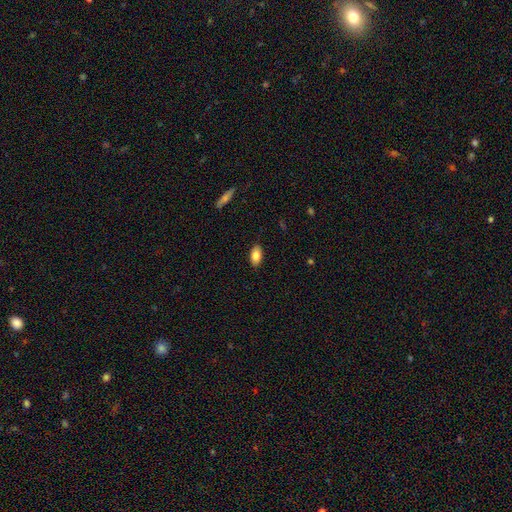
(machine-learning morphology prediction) Q: Smooth or featured?
A: smooth (83%); runner-up: featured or disk (10%)
Q: How rounded?
A: in between (92%); runner-up: round (4%)
Q: Merging?
A: none (88%); runner-up: minor disturbance (9%)